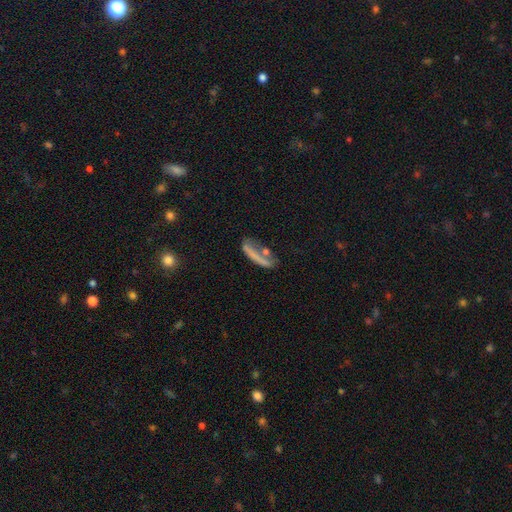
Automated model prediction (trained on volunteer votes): A smooth galaxy with no disk features (59%) that is cigar-shaped (79%).

Vote fractions:
- Smooth or featured? smooth: 59% / featured or disk: 30% / star or artifact: 11%
- How rounded? cigar-shaped: 79% / in between: 17% / round: 3%
- Merging? none: 45% / minor disturbance: 20% / major disturbance: 19% / merger: 16%